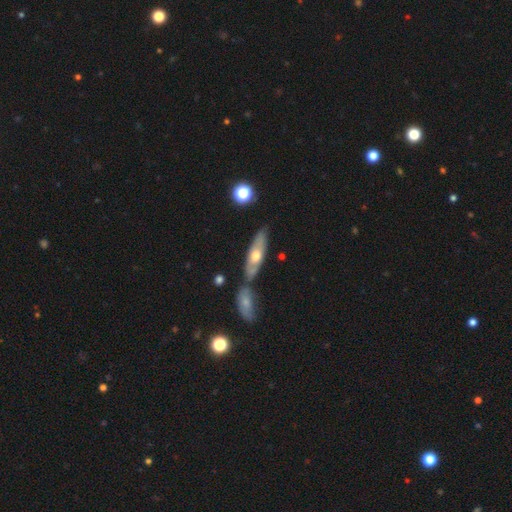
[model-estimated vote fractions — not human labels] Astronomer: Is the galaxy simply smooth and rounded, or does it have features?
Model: featured or disk — 52% (runner-up: smooth, 41%).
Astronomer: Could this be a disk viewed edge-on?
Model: yes — 55% (runner-up: no, 45%).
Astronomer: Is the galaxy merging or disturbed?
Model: none — 64%.